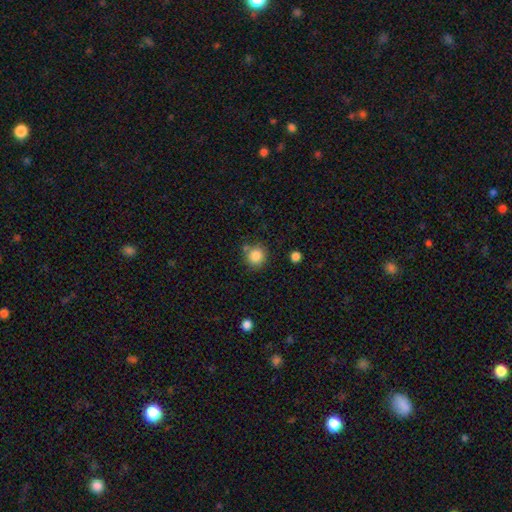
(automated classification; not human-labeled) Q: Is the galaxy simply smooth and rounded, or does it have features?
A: smooth — 85%.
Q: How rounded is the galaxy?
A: round — 91%.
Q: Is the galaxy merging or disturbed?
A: none — 77%.